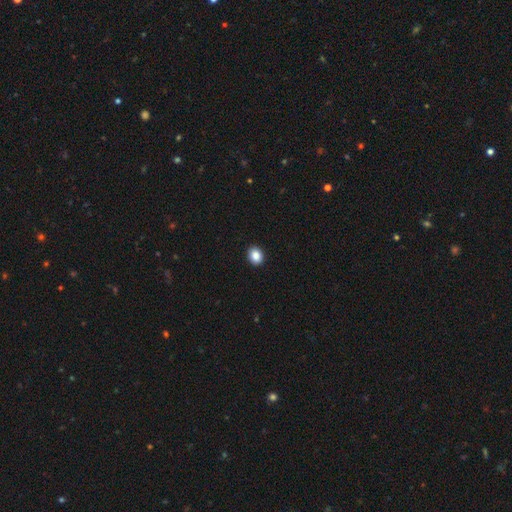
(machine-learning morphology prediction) The model was most divided on "how rounded": round: 54%, in between: 45%, cigar-shaped: 1%. More confident: merging — none (92%); smooth or featured — smooth (87%).